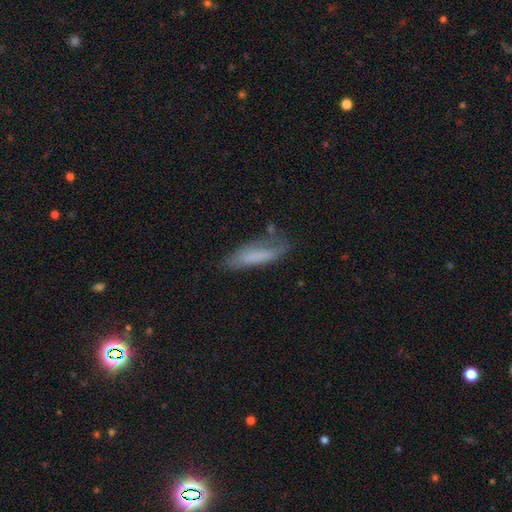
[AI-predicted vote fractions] Morphology: type=smooth (70%); roundness=cigar-shaped (64%); merging=none (53%).